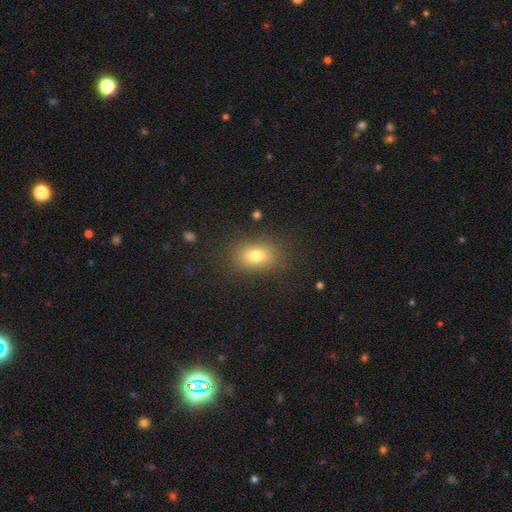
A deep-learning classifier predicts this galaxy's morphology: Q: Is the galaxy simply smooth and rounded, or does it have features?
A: smooth — 76%.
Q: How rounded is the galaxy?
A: in between — 77%.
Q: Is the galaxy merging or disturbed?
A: none — 84%.